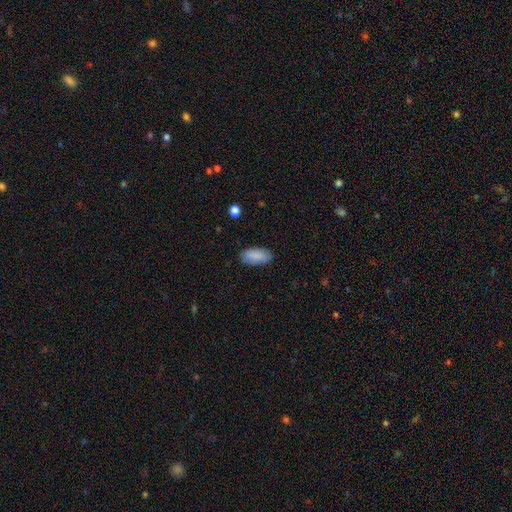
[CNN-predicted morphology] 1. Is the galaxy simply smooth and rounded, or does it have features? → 88% smooth, 6% featured or disk, 6% star or artifact.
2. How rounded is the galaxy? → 88% in between, 10% cigar-shaped, 2% round.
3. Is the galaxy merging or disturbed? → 85% none, 11% minor disturbance, 2% major disturbance, 1% merger.